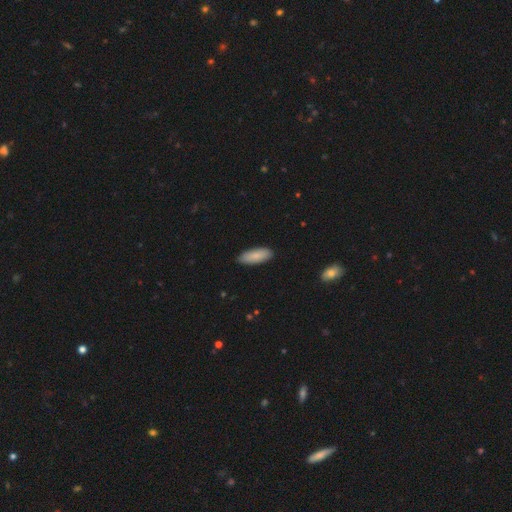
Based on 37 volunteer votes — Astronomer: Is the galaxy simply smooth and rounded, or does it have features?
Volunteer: smooth — 95%.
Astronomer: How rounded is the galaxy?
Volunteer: in between — 80%.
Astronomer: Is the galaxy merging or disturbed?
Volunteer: none — 91%.